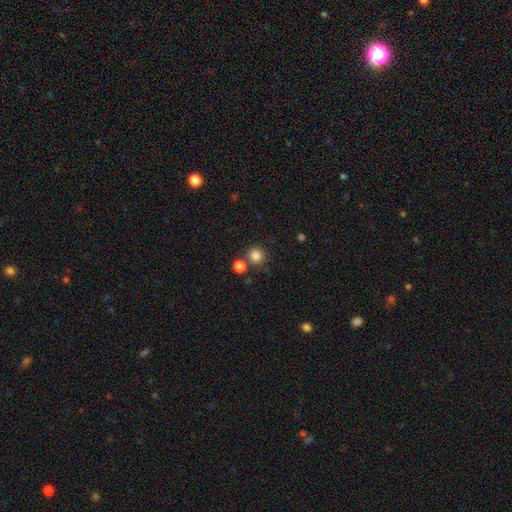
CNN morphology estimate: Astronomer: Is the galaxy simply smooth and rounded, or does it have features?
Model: smooth — 84%.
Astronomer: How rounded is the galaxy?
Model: round — 91%.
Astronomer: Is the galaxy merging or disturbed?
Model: none — 76%.